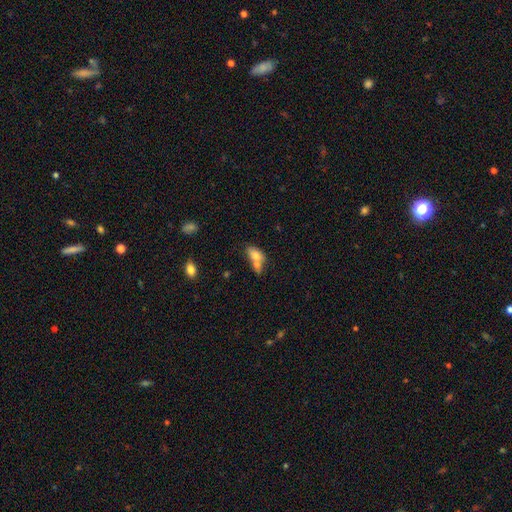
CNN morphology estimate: type=smooth (73%); roundness=in between (85%); merging=merger (54%).